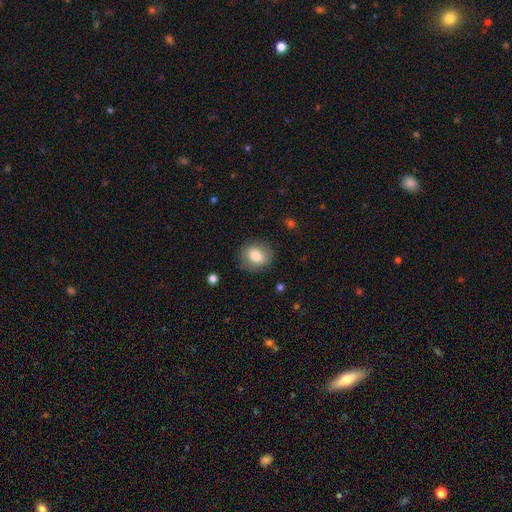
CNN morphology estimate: This appears to be a smooth galaxy with no disk features (78%) that is round (64%). Merging: none (83%).